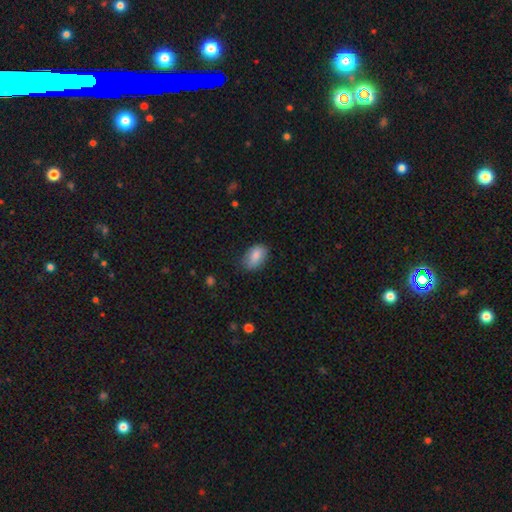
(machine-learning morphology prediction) Q: Smooth or featured?
A: smooth (82%); runner-up: featured or disk (11%)
Q: How rounded?
A: in between (89%); runner-up: round (9%)
Q: Merging?
A: none (71%); runner-up: minor disturbance (24%)